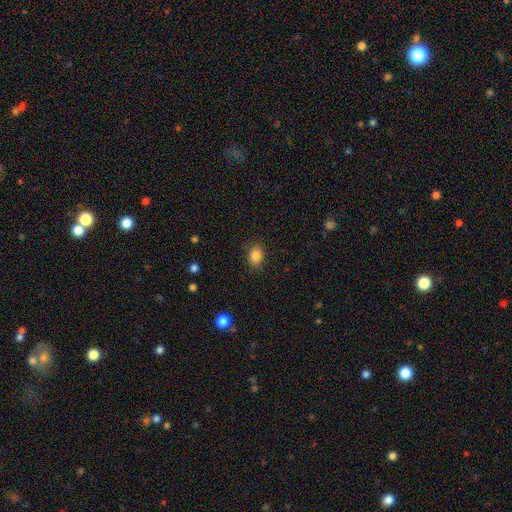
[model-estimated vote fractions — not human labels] Smooth or featured: smooth — 85% (star or artifact — 10%)
How rounded: in between — 63% (round — 36%)
Merging: none — 86% (minor disturbance — 10%)